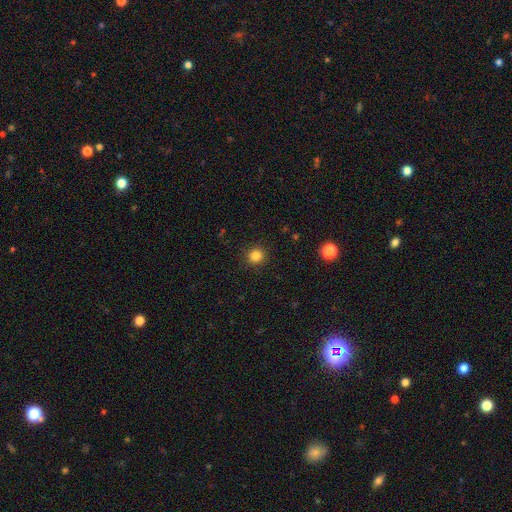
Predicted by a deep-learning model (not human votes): A smooth galaxy with no disk features (84%) that is round (93%). Merging: none (91%).